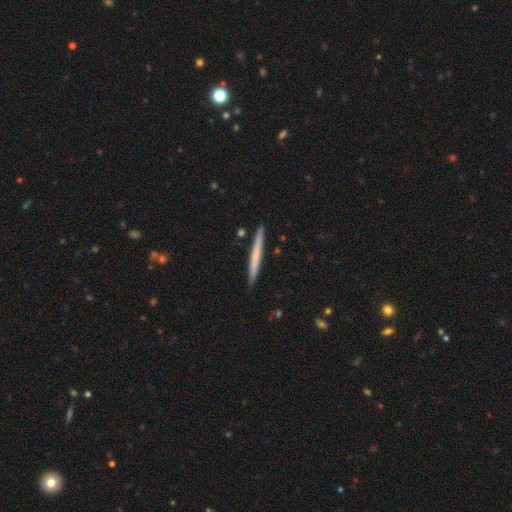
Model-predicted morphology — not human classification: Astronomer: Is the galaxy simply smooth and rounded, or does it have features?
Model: smooth — 61%.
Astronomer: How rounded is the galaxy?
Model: cigar-shaped — 97%.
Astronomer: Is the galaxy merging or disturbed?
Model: none — 91%.